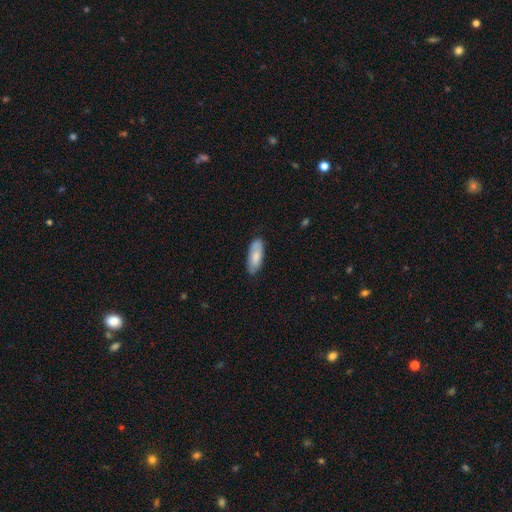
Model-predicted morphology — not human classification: Smooth or featured? smooth (75%)
How rounded? in between (77%)
Merging? none (80%)